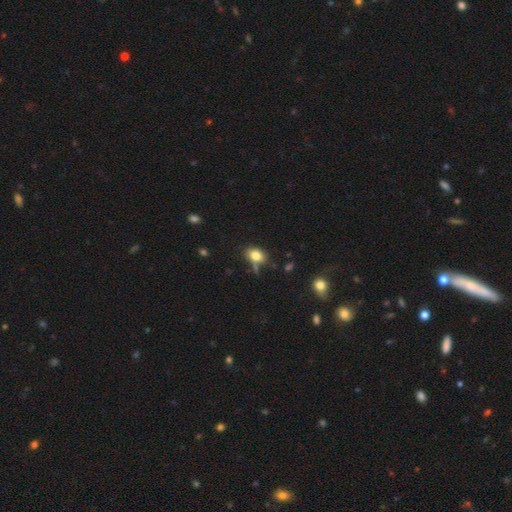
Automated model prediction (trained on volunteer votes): Morphology: type=smooth (81%); roundness=in between (80%); merging=none (64%).